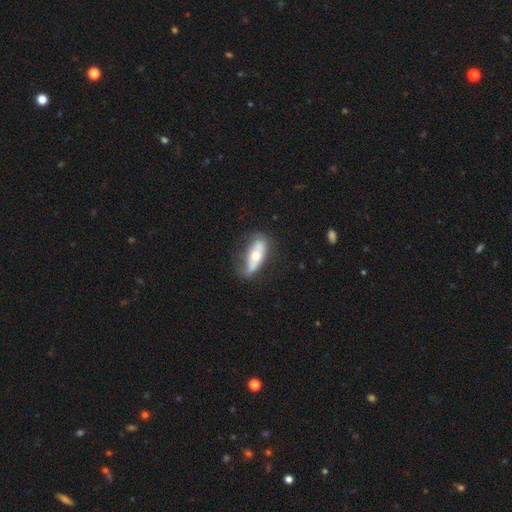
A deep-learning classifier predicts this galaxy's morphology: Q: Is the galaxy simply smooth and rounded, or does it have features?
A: smooth — 48%.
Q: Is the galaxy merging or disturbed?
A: none — 54%.